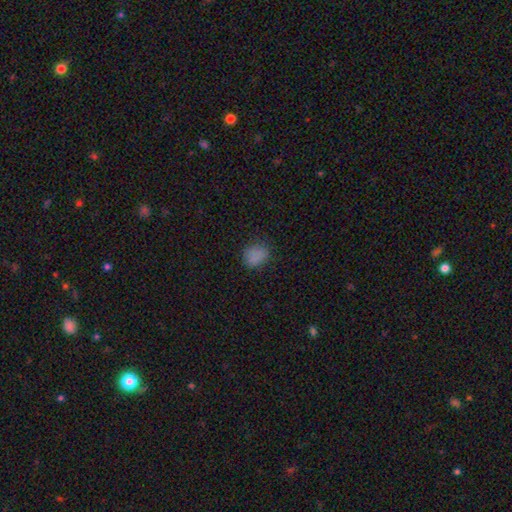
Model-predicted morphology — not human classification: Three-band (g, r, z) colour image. It shows a smooth galaxy with no disk features (81%) that is round (56%). Merging: none (77%).